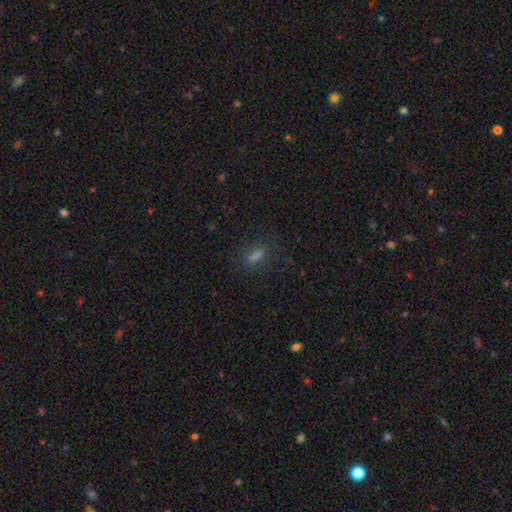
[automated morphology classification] smooth 58%, star or artifact 28%, featured or disk 14%. Down the decision tree: how rounded — in between (52%); merging — none (78%).